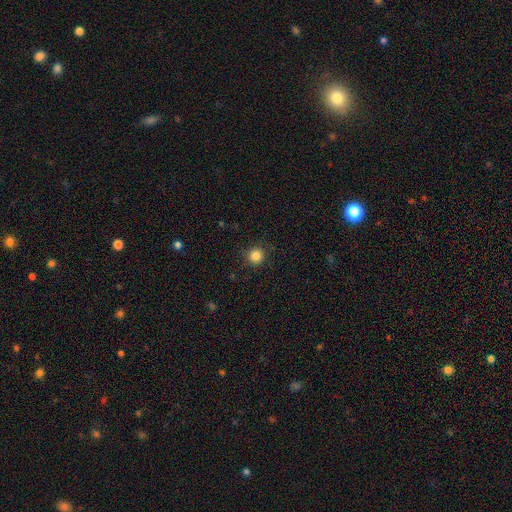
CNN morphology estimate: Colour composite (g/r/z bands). It shows a smooth galaxy with no disk features (84%) that is round (94%). Merging: none (88%).